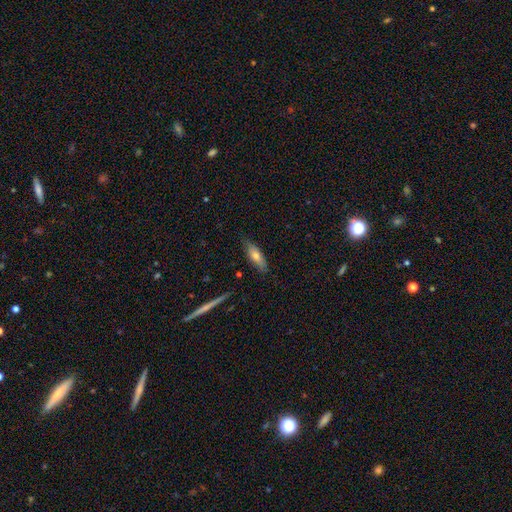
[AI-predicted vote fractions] Smooth or featured? smooth (64%)
How rounded? in between (49%)
Merging? none (79%)